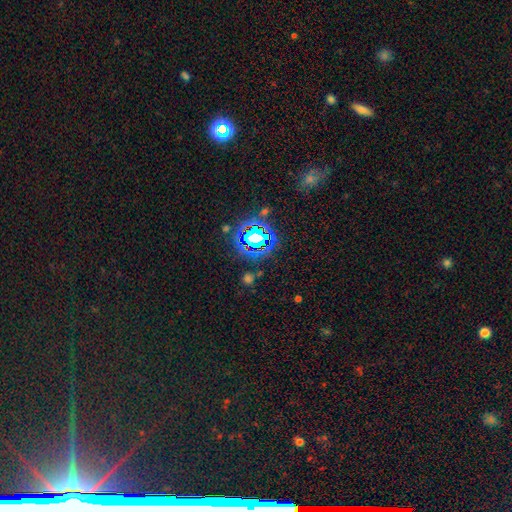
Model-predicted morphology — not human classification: This appears to be a star or artifact, not a galaxy (76%).